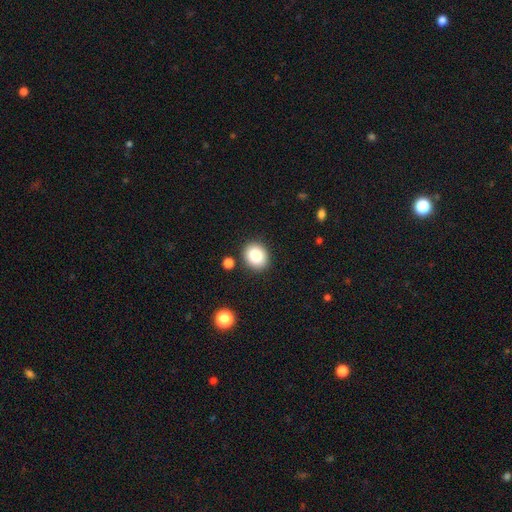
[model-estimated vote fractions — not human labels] The model was most divided on "how rounded": round: 65%, in between: 35%, cigar-shaped: 1%. More confident: merging — none (87%); smooth or featured — smooth (86%).